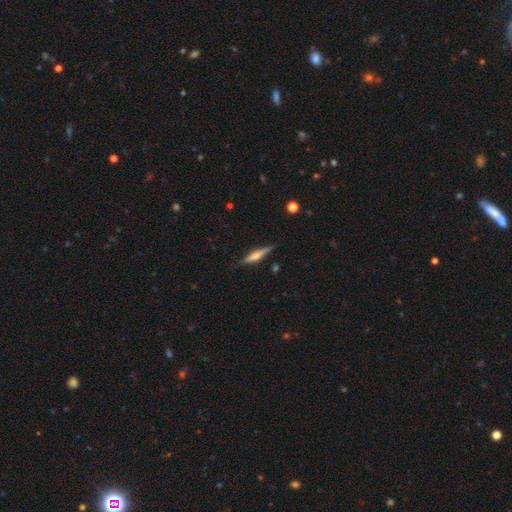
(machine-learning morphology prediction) Smooth or featured?
  - featured or disk: 60% *
  - smooth: 34%
  - star or artifact: 6%
Edge-on disk?
  - yes: 97% *
  - no: 3%
Edge-on bulge?
  - rounded: 78% *
  - boxy: 12%
  - none: 10%
Merging?
  - none: 85% *
  - minor disturbance: 11%
  - major disturbance: 2%
  - merger: 2%